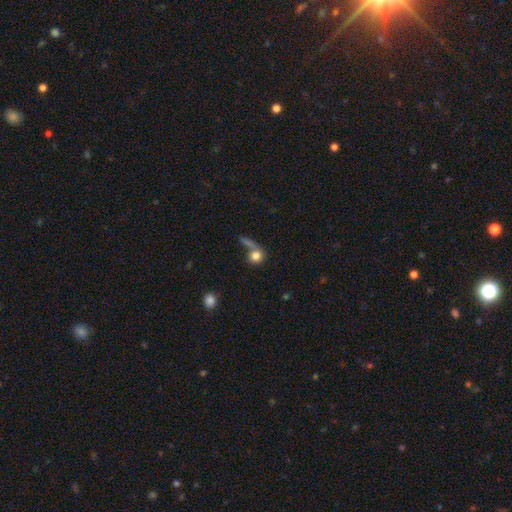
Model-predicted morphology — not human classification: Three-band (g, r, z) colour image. It shows a smooth galaxy with no disk features (76%) that is round (78%). Merging: none (37%).